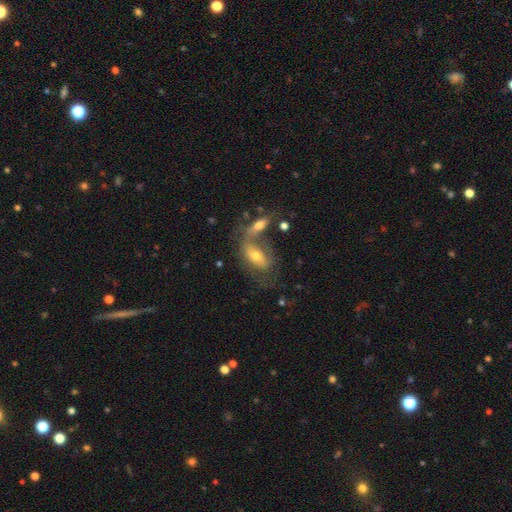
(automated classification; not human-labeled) A featured or disk galaxy (50%).

Vote fractions:
- Smooth or featured? featured or disk: 50% / smooth: 42% / star or artifact: 8%
- Edge-on disk? no: 80% / yes: 20%
- Merging? merger: 48% / none: 27% / major disturbance: 13% / minor disturbance: 12%